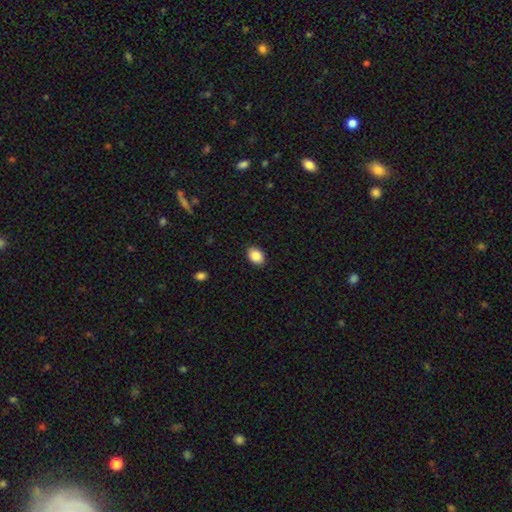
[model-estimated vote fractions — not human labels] A smooth galaxy with no disk features (88%) that is in between round and cigar-shaped (75%).

Vote fractions:
- Smooth or featured? smooth: 88% / star or artifact: 8% / featured or disk: 5%
- How rounded? in between: 75% / round: 24% / cigar-shaped: 1%
- Merging? none: 89% / minor disturbance: 8% / major disturbance: 2% / merger: 1%